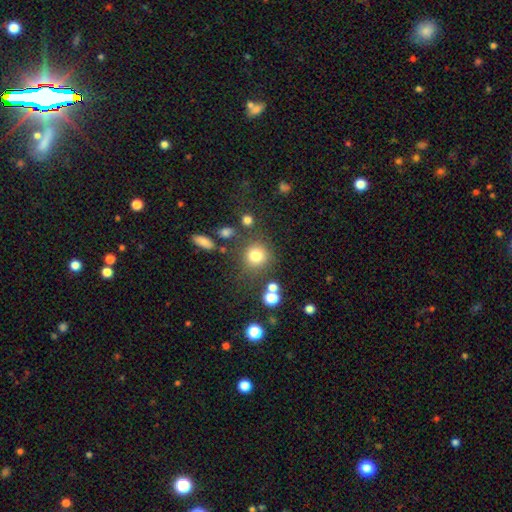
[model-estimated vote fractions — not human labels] Smooth or featured? Predicted: smooth (p=0.76). How rounded? Predicted: round (p=0.90). Merging? Predicted: none (p=0.74).